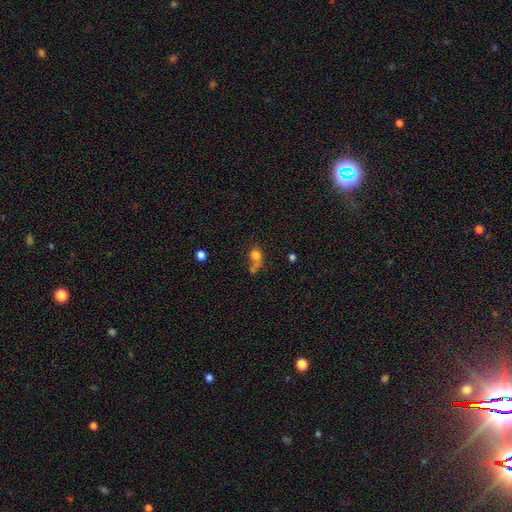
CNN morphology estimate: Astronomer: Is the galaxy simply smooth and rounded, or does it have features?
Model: smooth — 74%.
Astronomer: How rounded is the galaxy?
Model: round — 64%.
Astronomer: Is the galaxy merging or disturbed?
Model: merger — 37% (runner-up: none, 31%).